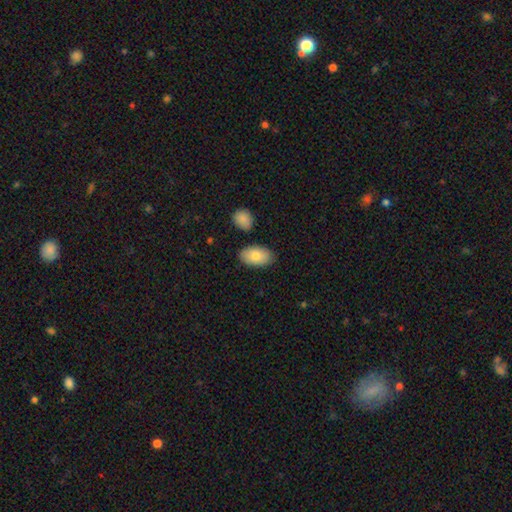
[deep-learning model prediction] A smooth galaxy with no disk features (81%) that is in between round and cigar-shaped (94%).

Vote fractions:
- Smooth or featured? smooth: 81% / featured or disk: 13% / star or artifact: 6%
- How rounded? in between: 94% / round: 5% / cigar-shaped: 2%
- Merging? none: 82% / minor disturbance: 12% / merger: 4% / major disturbance: 2%